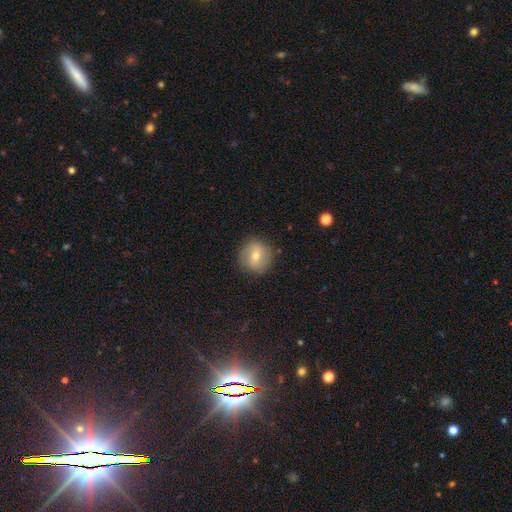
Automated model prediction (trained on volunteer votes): This appears to be a smooth galaxy with no disk features (58%) that is round (92%). Merging: none (85%).